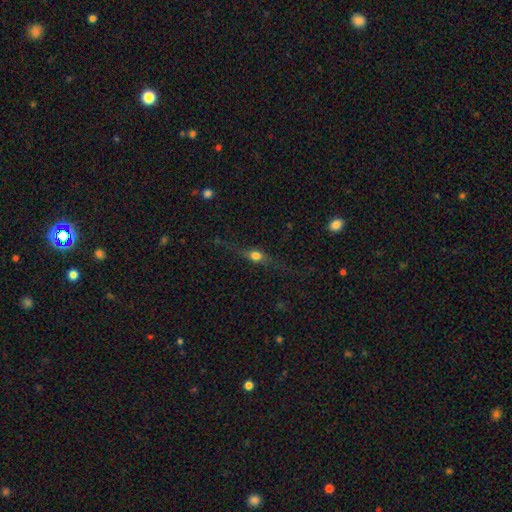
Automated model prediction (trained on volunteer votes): Q: Smooth or featured?
A: featured or disk (54%); runner-up: smooth (33%)
Q: Edge-on disk?
A: yes (88%); runner-up: no (12%)
Q: Merging?
A: none (74%); runner-up: minor disturbance (14%)